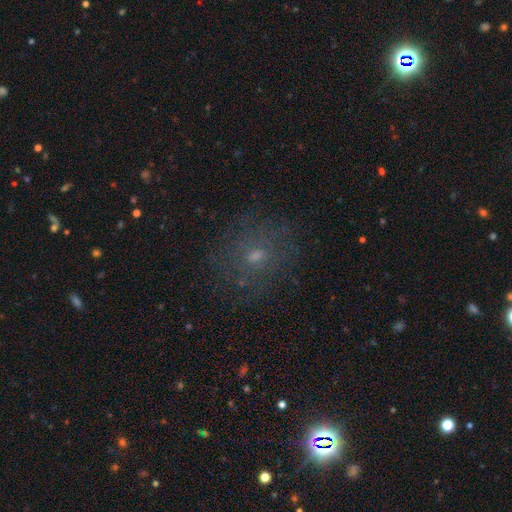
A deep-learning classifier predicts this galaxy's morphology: Smooth or featured? Predicted: smooth (p=0.40). Merging? Predicted: none (p=0.77).